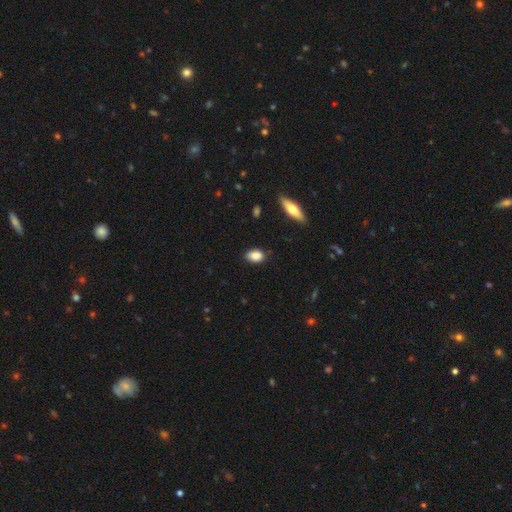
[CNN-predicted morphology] Smooth or featured?
  - smooth: 87% *
  - star or artifact: 7%
  - featured or disk: 6%
How rounded?
  - in between: 84% *
  - round: 14%
  - cigar-shaped: 2%
Merging?
  - none: 83% *
  - minor disturbance: 13%
  - major disturbance: 2%
  - merger: 1%